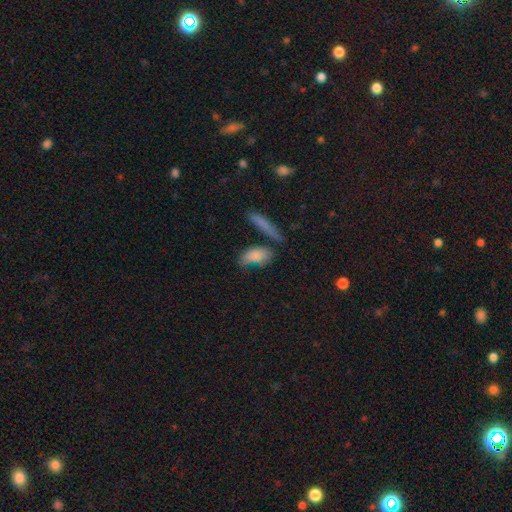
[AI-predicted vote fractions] A smooth galaxy with no disk features (81%) that is in between round and cigar-shaped (80%). Merging: none (52%).